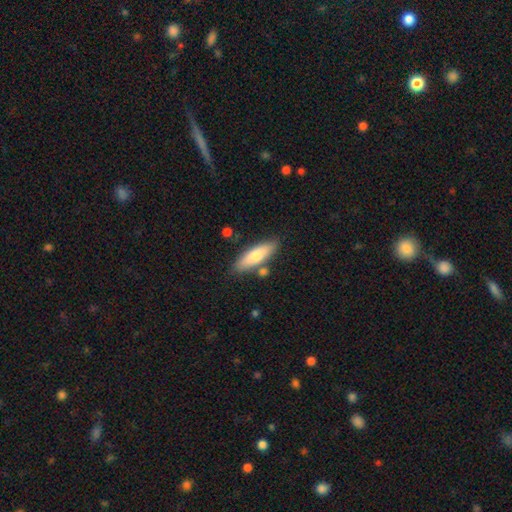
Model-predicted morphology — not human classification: A smooth galaxy with no disk features (73%) that is cigar-shaped (55%). Merging: none (80%).